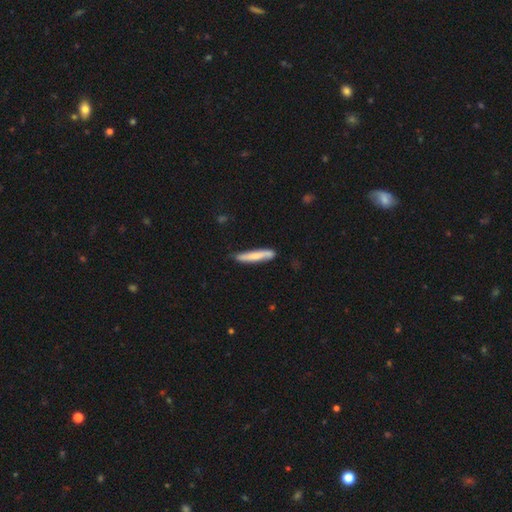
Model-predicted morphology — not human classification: smooth-or-featured: smooth: 66% | featured or disk: 29% | star or artifact: 5%
  how-rounded: cigar-shaped: 91% | in between: 7% | round: 1%
  merging: none: 78% | minor disturbance: 17% | major disturbance: 3% | merger: 2%